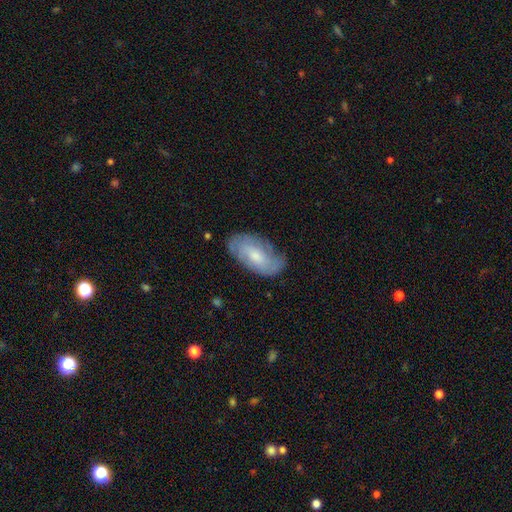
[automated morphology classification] This is possibly a featured or disk galaxy (54%). It is clearly not viewed edge-on (93%). Bar: possibly no (60%). Spiral arm pattern: likely yes (80%). Central bulge: possibly moderate (50%). Merging: likely none (73%).